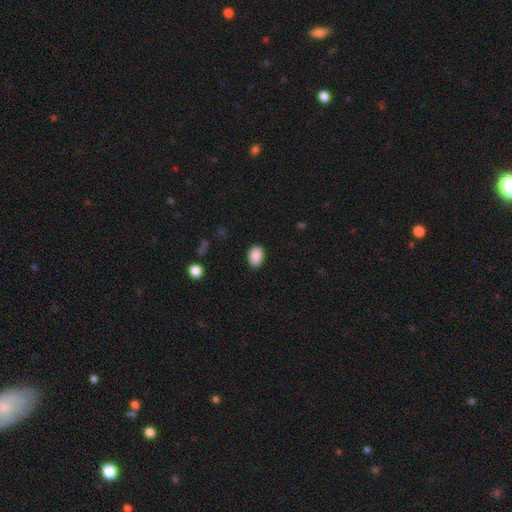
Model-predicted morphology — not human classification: Q: Smooth or featured?
A: smooth (90%); runner-up: star or artifact (7%)
Q: How rounded?
A: in between (82%); runner-up: round (17%)
Q: Merging?
A: none (88%); runner-up: minor disturbance (8%)